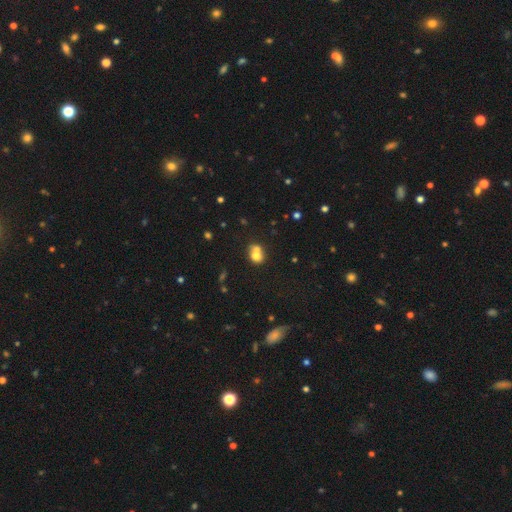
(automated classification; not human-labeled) smooth_or_featured: smooth (p=0.69) [alt: featured or disk p=0.19]
how_rounded: round (p=0.58) [alt: in between p=0.41]
merging: merger (p=0.58) [alt: none p=0.27]